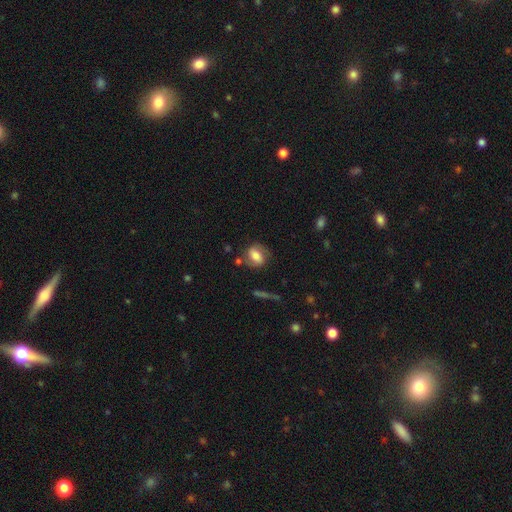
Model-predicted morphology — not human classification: type=smooth (61%); roundness=in between (61%); merging=none (68%).